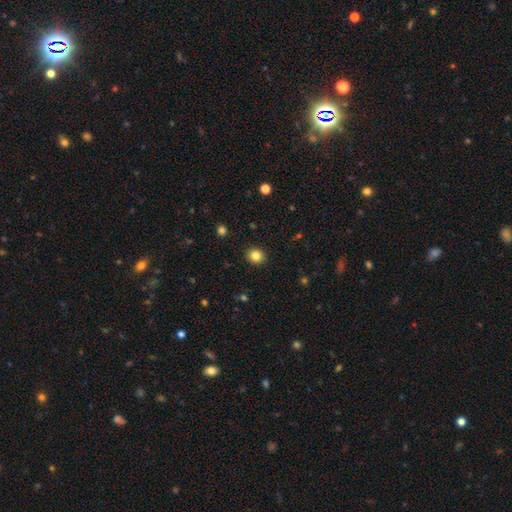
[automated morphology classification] type=smooth (83%); roundness=round (82%); merging=none (92%).